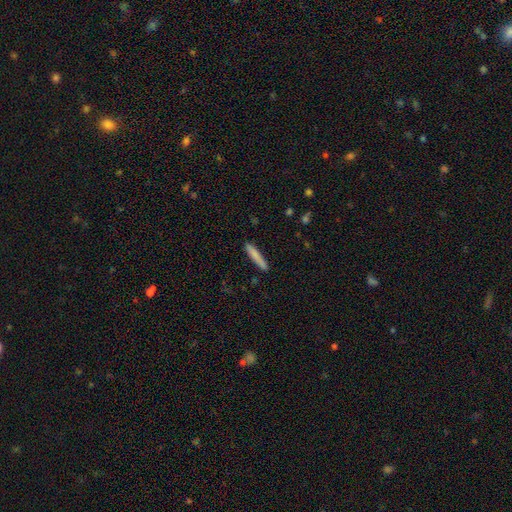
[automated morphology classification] The model was most divided on "smooth or featured": smooth: 81%, featured or disk: 13%, star or artifact: 6%. More confident: how rounded — cigar-shaped (94%); merging — none (88%).